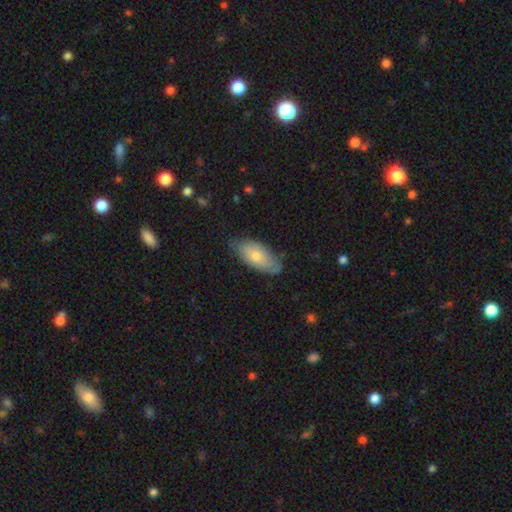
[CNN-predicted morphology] smooth-or-featured: smooth: 65% | featured or disk: 29% | star or artifact: 6%
  how-rounded: in between: 89% | cigar-shaped: 8% | round: 3%
  merging: none: 74% | minor disturbance: 22% | major disturbance: 4% | merger: 1%